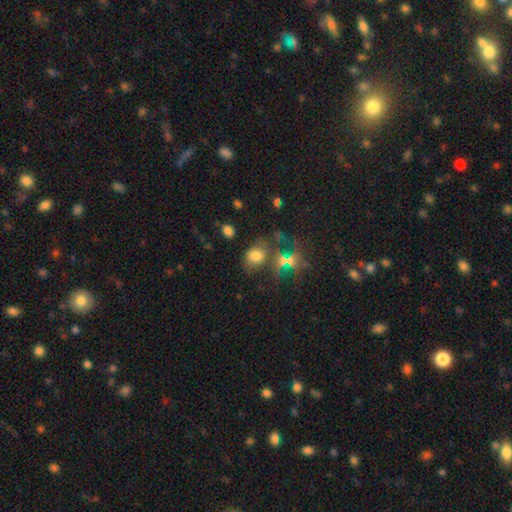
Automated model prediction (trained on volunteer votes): Smooth or featured?
  - smooth: 64% *
  - star or artifact: 25%
  - featured or disk: 11%
How rounded?
  - in between: 58% *
  - round: 41%
  - cigar-shaped: 2%
Merging?
  - none: 56% *
  - minor disturbance: 20%
  - major disturbance: 12%
  - merger: 12%